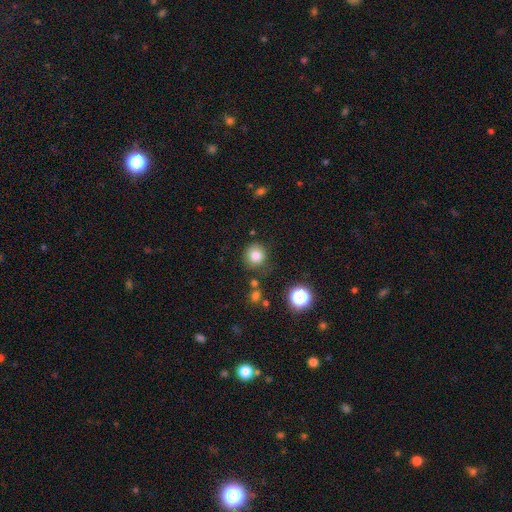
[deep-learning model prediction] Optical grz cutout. It shows a smooth galaxy with no disk features (81%) that is round (89%). Merging: none (81%).